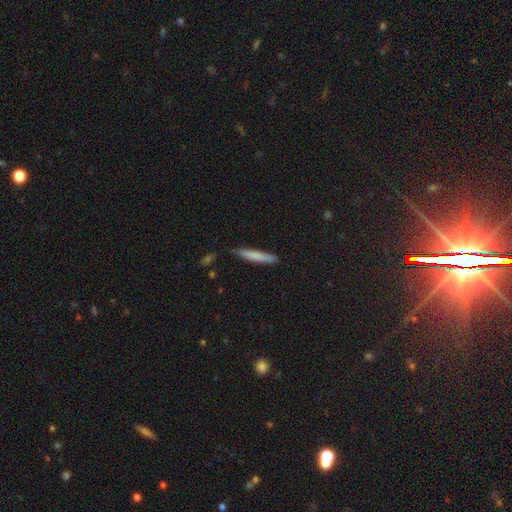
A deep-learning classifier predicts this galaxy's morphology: type=smooth (76%); roundness=cigar-shaped (93%); merging=none (76%).